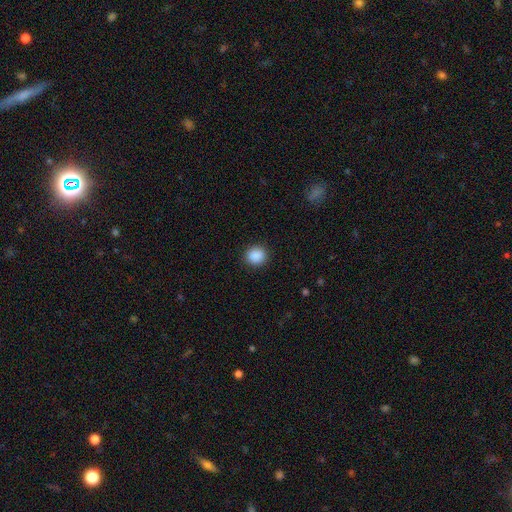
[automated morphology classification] A smooth galaxy with no disk features (89%) that is round (88%).

Vote fractions:
- Smooth or featured? smooth: 89% / star or artifact: 8% / featured or disk: 2%
- How rounded? round: 88% / in between: 11% / cigar-shaped: 1%
- Merging? none: 91% / minor disturbance: 6% / major disturbance: 2% / merger: 1%